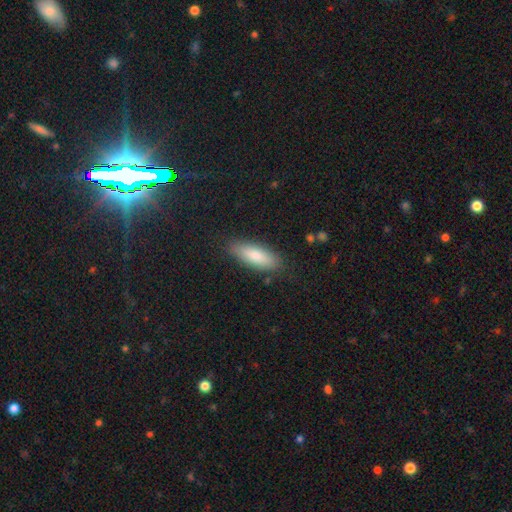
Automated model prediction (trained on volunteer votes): Smooth or featured? smooth (80%)
How rounded? in between (62%)
Merging? none (85%)